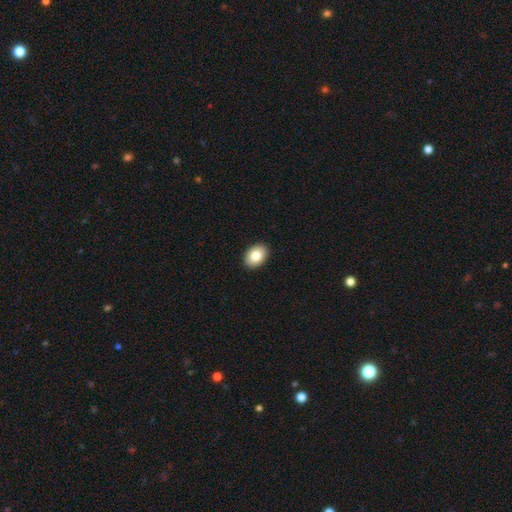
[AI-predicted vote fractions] Smooth or featured: smooth — 83% (featured or disk — 9%)
How rounded: in between — 77% (round — 22%)
Merging: none — 91% (minor disturbance — 6%)